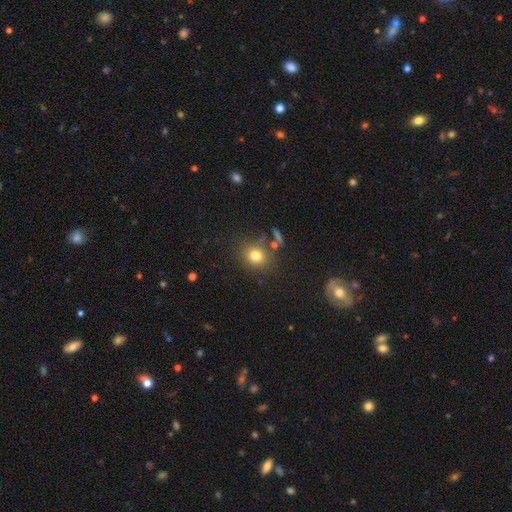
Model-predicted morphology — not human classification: Smooth or featured? smooth (77%)
How rounded? round (79%)
Merging? none (77%)